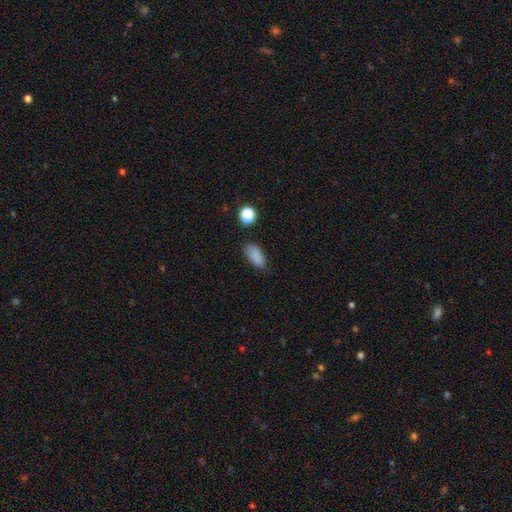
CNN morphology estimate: Smooth or featured? Predicted: smooth (p=0.85). How rounded? Predicted: in between (p=0.88). Merging? Predicted: none (p=0.80).